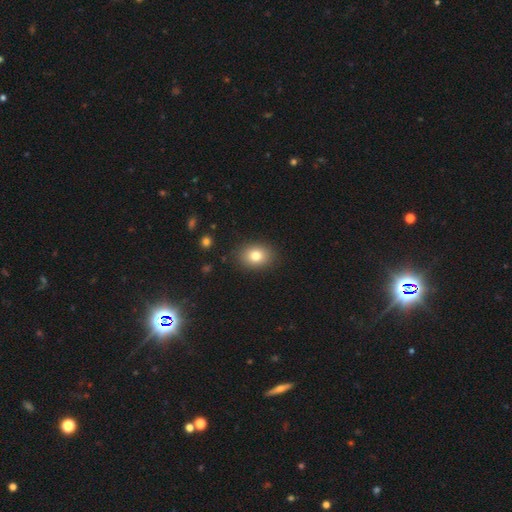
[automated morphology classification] Smooth or featured?
  - smooth: 80% *
  - star or artifact: 10%
  - featured or disk: 10%
How rounded?
  - in between: 61% *
  - round: 38%
  - cigar-shaped: 1%
Merging?
  - none: 88% *
  - minor disturbance: 9%
  - major disturbance: 3%
  - merger: 1%